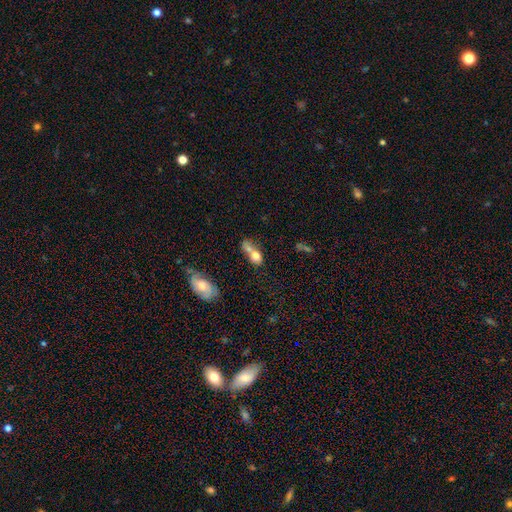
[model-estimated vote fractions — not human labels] This appears to be a smooth galaxy with no disk features (70%) that is in between round and cigar-shaped (58%). Merging: merger (62%).